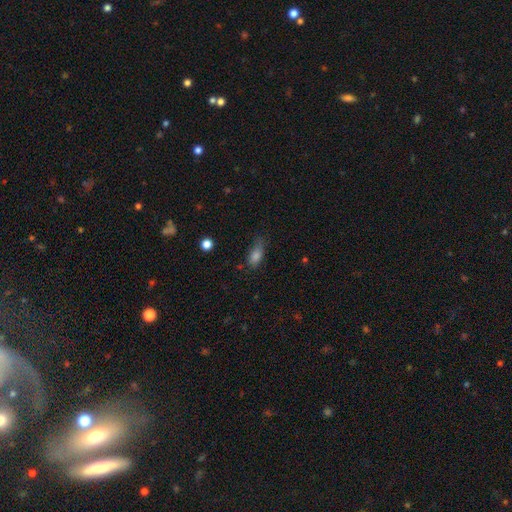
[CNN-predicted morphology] The model was most divided on "merging": none: 51%, minor disturbance: 34%, major disturbance: 13%, merger: 2%. More confident: smooth or featured — smooth (77%); how rounded — in between (75%).